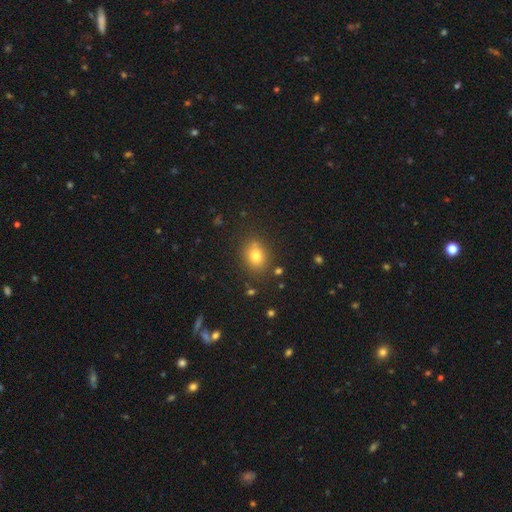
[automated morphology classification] This appears to be a smooth galaxy with no disk features (78%) that is in between round and cigar-shaped (56%). Merging: none (79%).